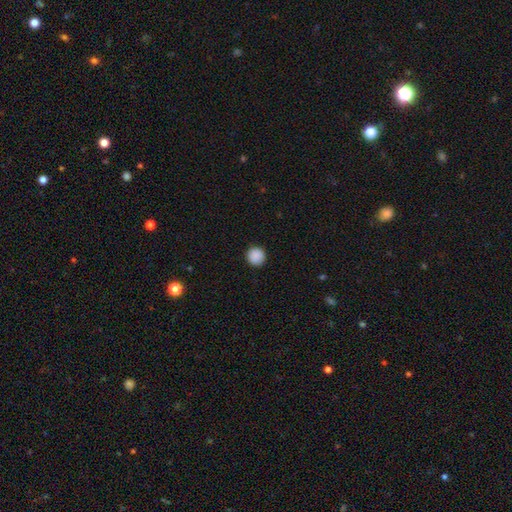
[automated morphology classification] Smooth or featured: smooth — 89% (star or artifact — 8%)
How rounded: round — 94% (in between — 5%)
Merging: none — 91% (minor disturbance — 6%)